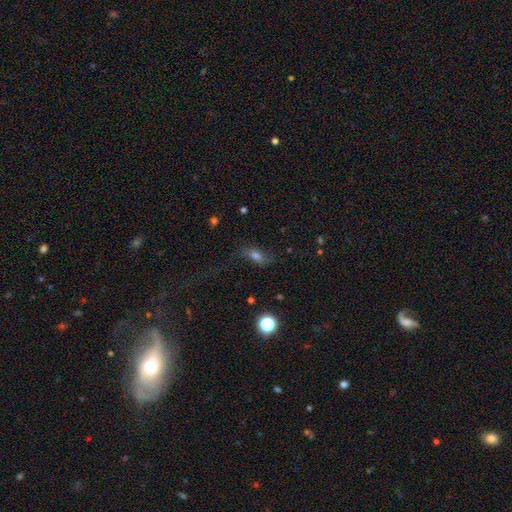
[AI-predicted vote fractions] Smooth or featured: smooth — 60% (star or artifact — 21%)
How rounded: in between — 71% (cigar-shaped — 16%)
Merging: none — 65% (minor disturbance — 19%)